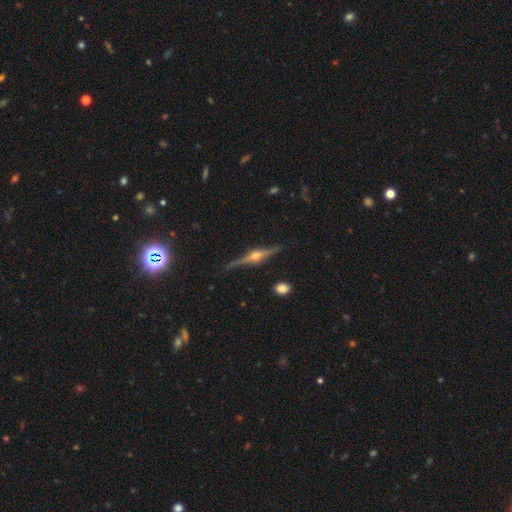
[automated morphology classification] type=featured or disk (86%); edge-on=yes (98%); edge-on bulge=rounded (94%); merging=none (87%).